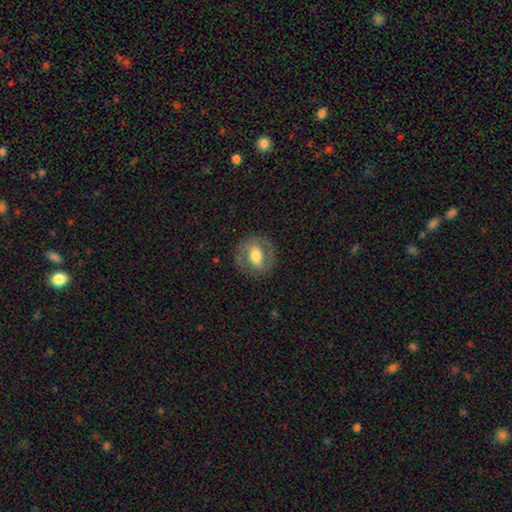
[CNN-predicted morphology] Q: Smooth or featured?
A: featured or disk (51%); runner-up: smooth (43%)
Q: Edge-on disk?
A: no (94%); runner-up: yes (6%)
Q: Merging?
A: none (77%); runner-up: minor disturbance (14%)